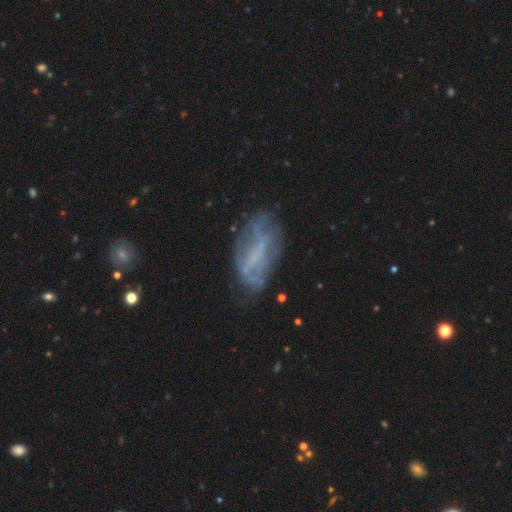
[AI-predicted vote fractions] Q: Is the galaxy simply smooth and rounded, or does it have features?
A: featured or disk — 58%.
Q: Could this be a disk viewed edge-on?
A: no — 92%.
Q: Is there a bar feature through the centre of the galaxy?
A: no — 46%.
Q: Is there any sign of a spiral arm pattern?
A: no — 60%.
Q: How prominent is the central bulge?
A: none — 63%.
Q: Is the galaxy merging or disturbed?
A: none — 55%.